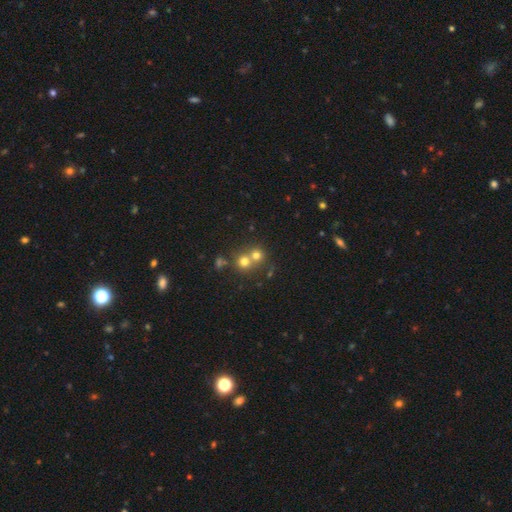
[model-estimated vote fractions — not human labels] smooth_or_featured: smooth (p=0.66) [alt: star or artifact p=0.20]
how_rounded: round (p=0.86) [alt: in between p=0.13]
merging: merger (p=0.49) [alt: none p=0.44]